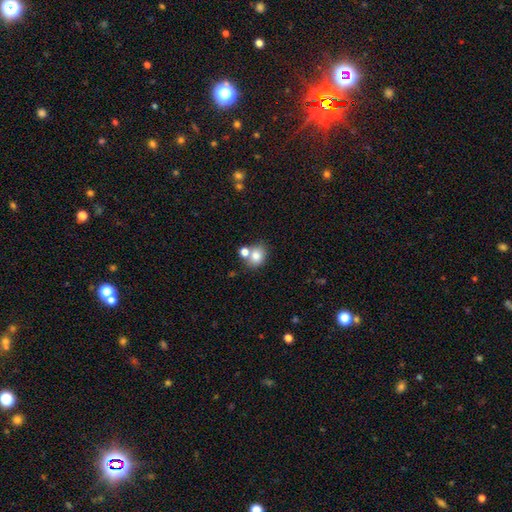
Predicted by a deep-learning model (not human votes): Smooth or featured? Predicted: smooth (p=0.79). How rounded? Predicted: round (p=0.58). Merging? Predicted: none (p=0.52).